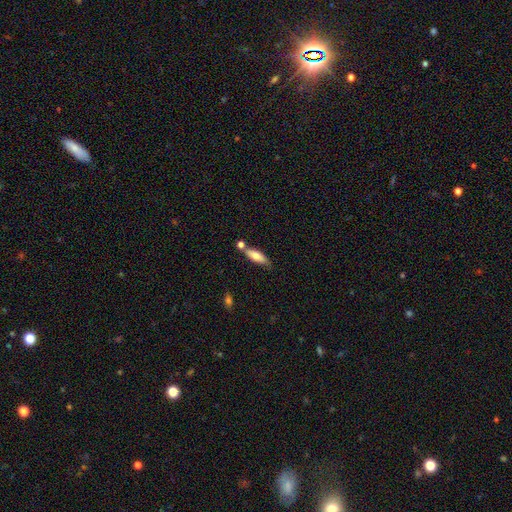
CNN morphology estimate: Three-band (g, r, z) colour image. It shows a smooth galaxy with no disk features (72%) that is in between round and cigar-shaped (58%). Merging: none (57%).